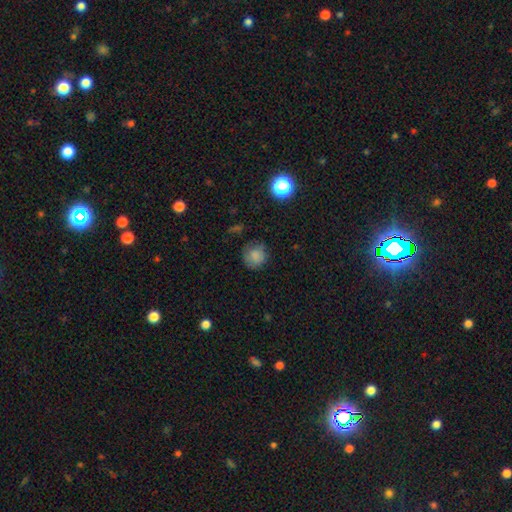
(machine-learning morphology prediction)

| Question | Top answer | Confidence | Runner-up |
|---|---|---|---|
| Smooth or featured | smooth | 81% | star or artifact (12%) |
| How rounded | round | 88% | in between (11%) |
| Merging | none | 74% | minor disturbance (19%) |